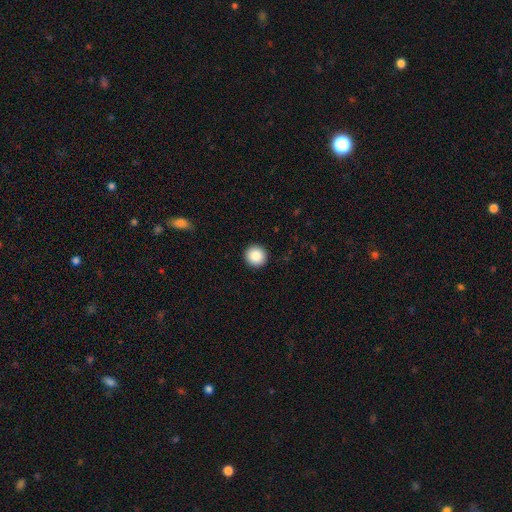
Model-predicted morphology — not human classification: smooth_or_featured: smooth (p=0.87) [alt: star or artifact p=0.09]
how_rounded: round (p=0.95) [alt: in between p=0.04]
merging: none (p=0.93) [alt: minor disturbance p=0.04]